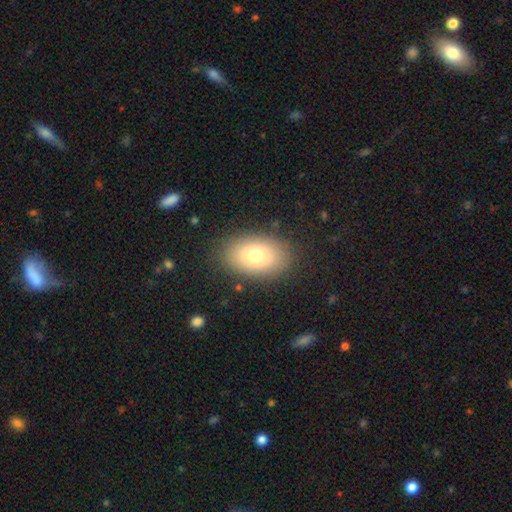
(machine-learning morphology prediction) smooth-or-featured: smooth: 74% | featured or disk: 17% | star or artifact: 9%
  how-rounded: in between: 88% | round: 11% | cigar-shaped: 1%
  merging: none: 85% | minor disturbance: 10% | major disturbance: 3% | merger: 1%